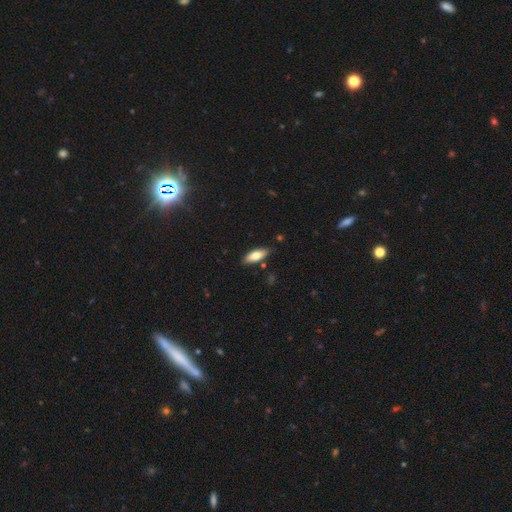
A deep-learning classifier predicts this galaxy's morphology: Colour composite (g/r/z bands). It shows a smooth galaxy with no disk features (72%) that is in between round and cigar-shaped (70%). Merging: none (83%).